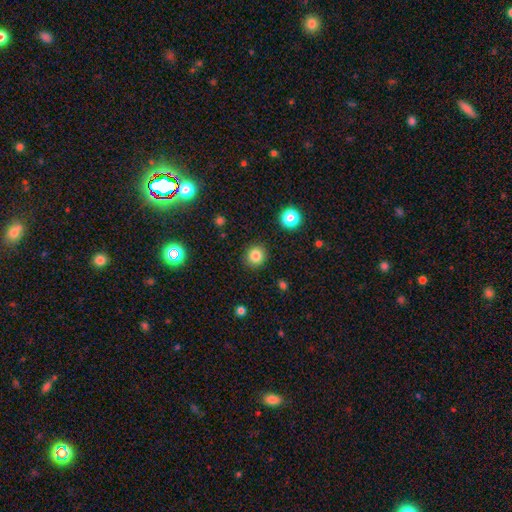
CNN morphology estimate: smooth-or-featured: smooth: 83% | star or artifact: 12% | featured or disk: 5%
  how-rounded: round: 90% | in between: 9% | cigar-shaped: 1%
  merging: none: 90% | minor disturbance: 6% | major disturbance: 2% | merger: 1%